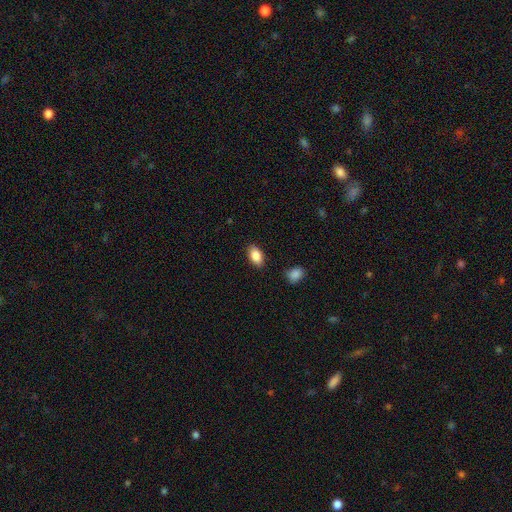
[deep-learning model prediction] The model was most divided on "merging": none: 85%, minor disturbance: 10%, major disturbance: 2%, merger: 2%. More confident: how rounded — in between (91%); smooth or featured — smooth (88%).